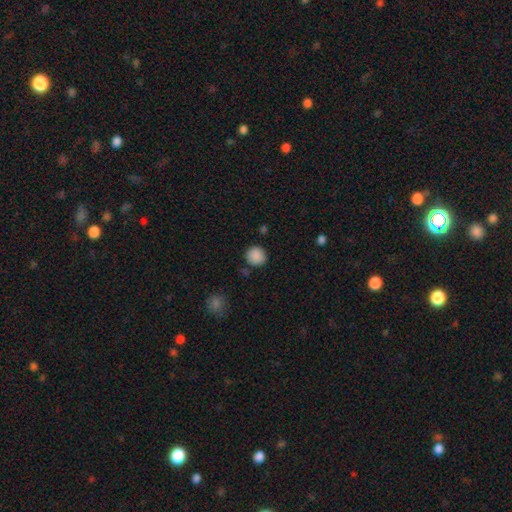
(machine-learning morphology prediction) Overall: smooth (88%). How rounded: round (90%). Merging: none (83%).